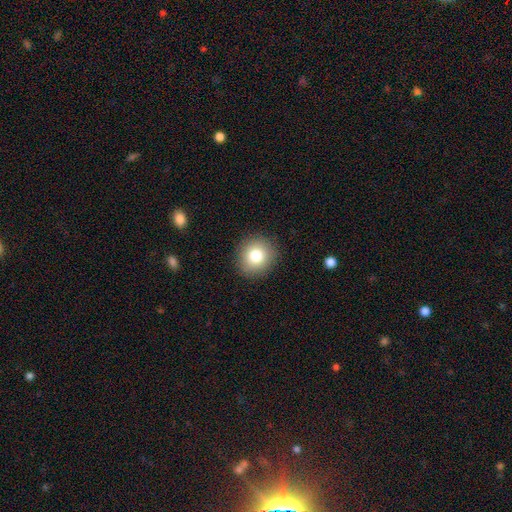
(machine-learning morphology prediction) smooth 80%, star or artifact 11%, featured or disk 9%. Down the decision tree: how rounded — round (88%); merging — none (91%).